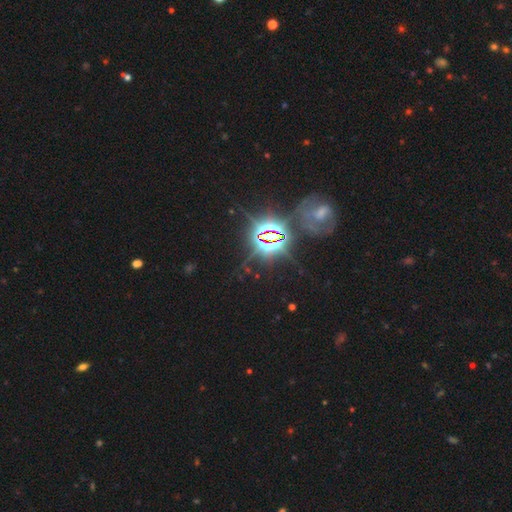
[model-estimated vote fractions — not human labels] Smooth or featured? Predicted: star or artifact (p=0.79).